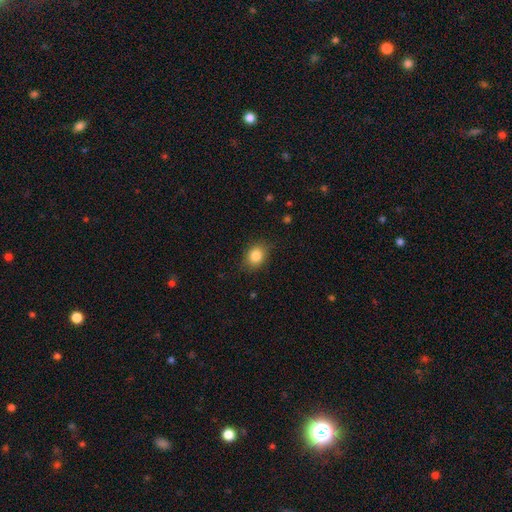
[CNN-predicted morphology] The model was most divided on "how rounded": in between: 53%, round: 46%, cigar-shaped: 1%. More confident: smooth or featured — smooth (85%); merging — none (80%).